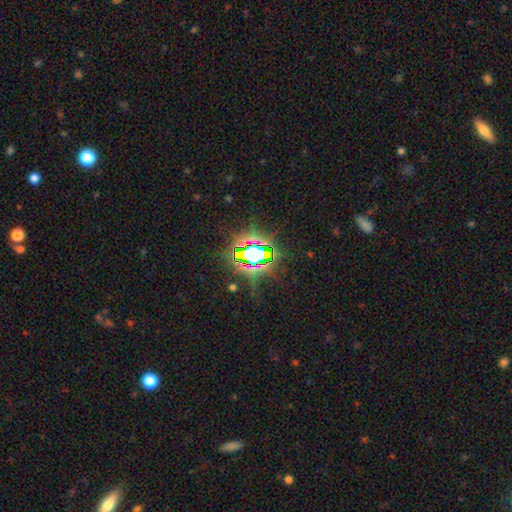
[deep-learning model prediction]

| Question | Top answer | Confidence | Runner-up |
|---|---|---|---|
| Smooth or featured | star or artifact | 77% | smooth (13%) |